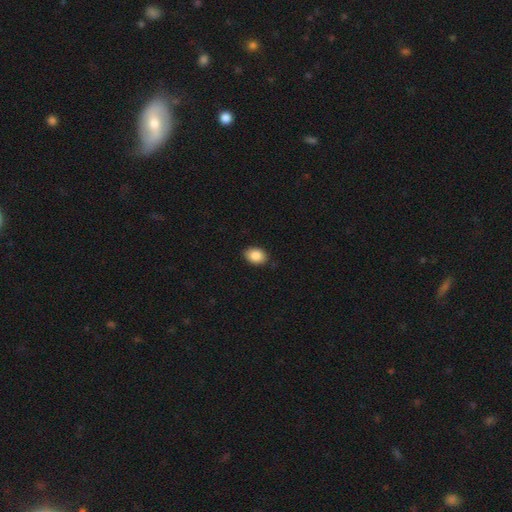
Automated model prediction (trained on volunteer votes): Q: Smooth or featured?
A: smooth (87%); runner-up: star or artifact (8%)
Q: How rounded?
A: in between (75%); runner-up: round (24%)
Q: Merging?
A: none (88%); runner-up: minor disturbance (9%)